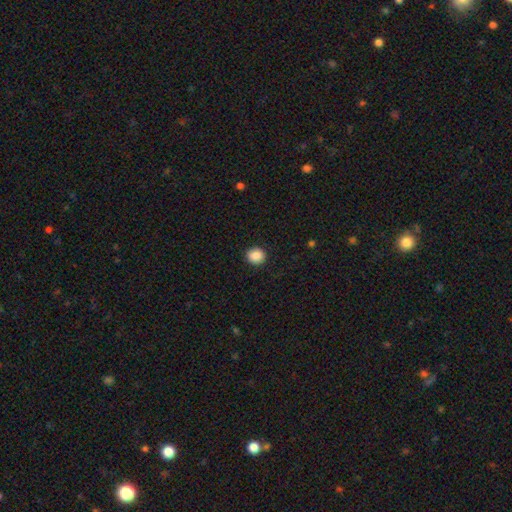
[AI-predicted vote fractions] smooth 89%, star or artifact 9%, featured or disk 3%. Down the decision tree: how rounded — round (82%); merging — none (89%).